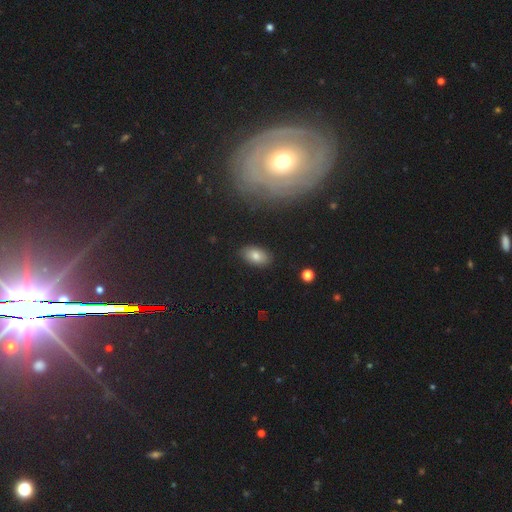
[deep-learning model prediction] Smooth or featured?
  - smooth: 80% *
  - featured or disk: 11%
  - star or artifact: 9%
How rounded?
  - in between: 92% *
  - round: 6%
  - cigar-shaped: 2%
Merging?
  - none: 86% *
  - minor disturbance: 10%
  - major disturbance: 2%
  - merger: 1%